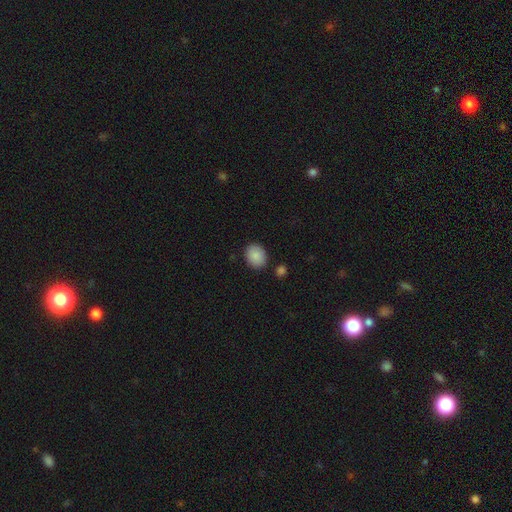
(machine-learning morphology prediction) A smooth galaxy with no disk features (89%) that is in between round and cigar-shaped (51%). Merging: none (85%).